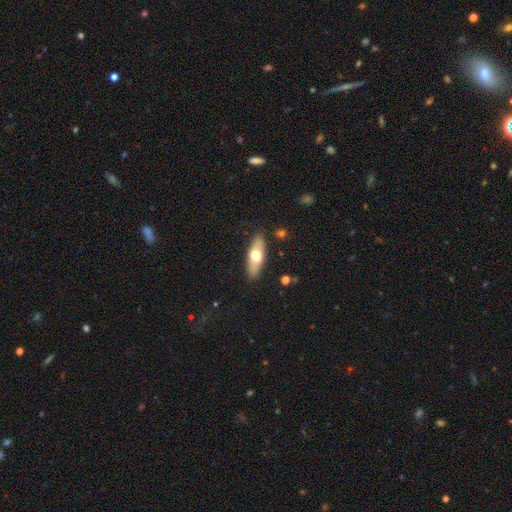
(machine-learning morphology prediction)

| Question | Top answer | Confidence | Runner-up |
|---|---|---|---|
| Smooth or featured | smooth | 60% | featured or disk (34%) |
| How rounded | in between | 66% | cigar-shaped (31%) |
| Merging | none | 87% | minor disturbance (10%) |